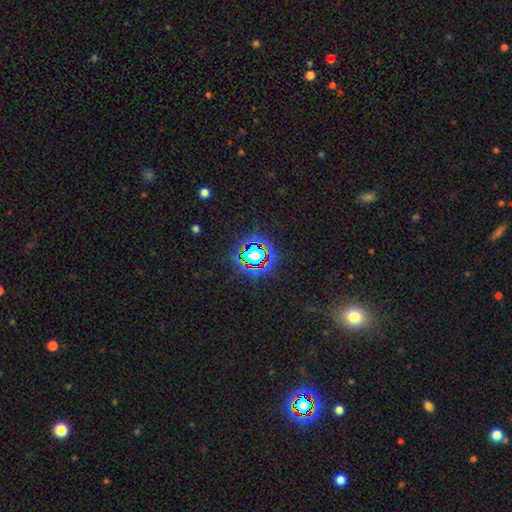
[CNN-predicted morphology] Smooth or featured: star or artifact — 78% (smooth — 13%)